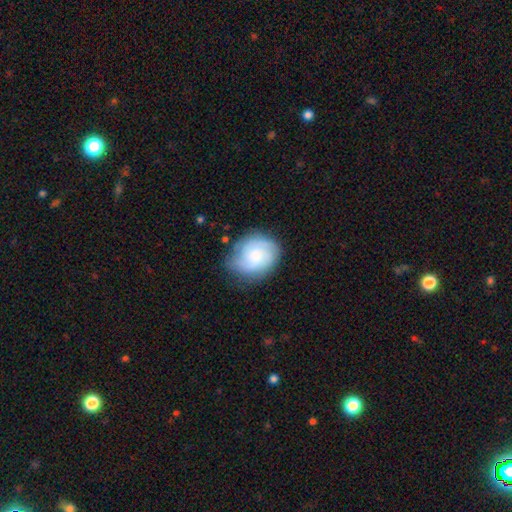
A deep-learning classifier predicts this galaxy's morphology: Smooth or featured: featured or disk — 55% (smooth — 37%)
Edge-on disk: no — 98% (yes — 2%)
Bar: no — 75% (weak — 22%)
Spiral arms: yes — 91% (no — 9%)
Bulge size: small — 47% (moderate — 36%)
Merging: none — 72% (minor disturbance — 20%)